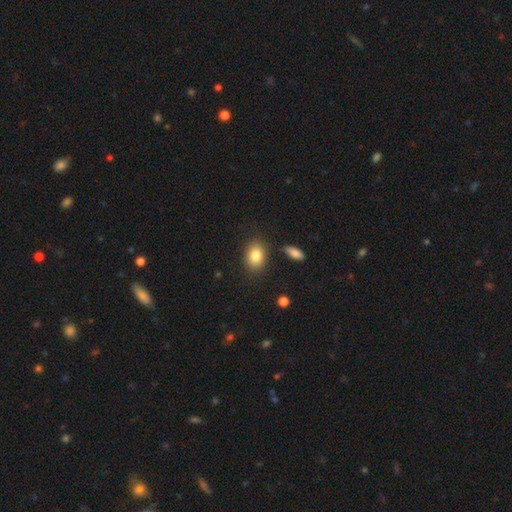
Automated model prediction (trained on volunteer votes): A smooth galaxy with no disk features (83%) that is in between round and cigar-shaped (74%).

Vote fractions:
- Smooth or featured? smooth: 83% / featured or disk: 9% / star or artifact: 8%
- How rounded? in between: 74% / round: 25% / cigar-shaped: 1%
- Merging? none: 82% / minor disturbance: 11% / merger: 4% / major disturbance: 3%